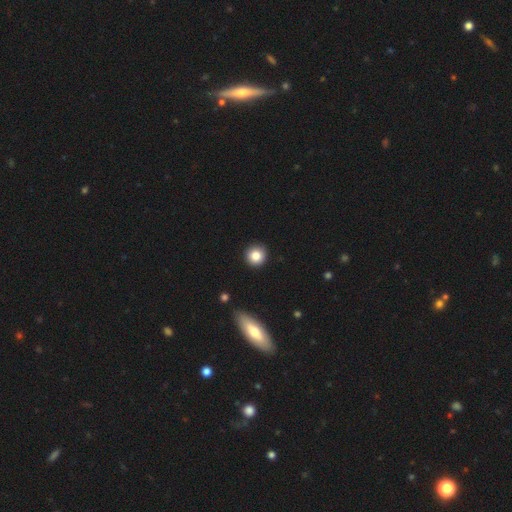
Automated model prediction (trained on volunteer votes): Smooth or featured?
  - smooth: 84% *
  - star or artifact: 10%
  - featured or disk: 6%
How rounded?
  - round: 94% *
  - in between: 5%
  - cigar-shaped: 1%
Merging?
  - none: 90% *
  - minor disturbance: 7%
  - major disturbance: 2%
  - merger: 1%